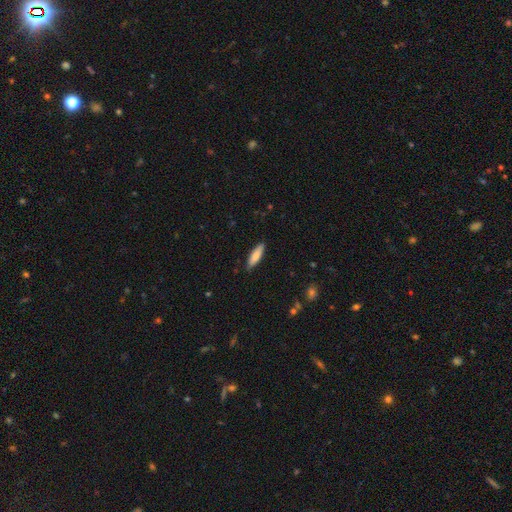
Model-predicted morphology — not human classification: A smooth galaxy with no disk features (77%) that is cigar-shaped (59%). Merging: none (84%).